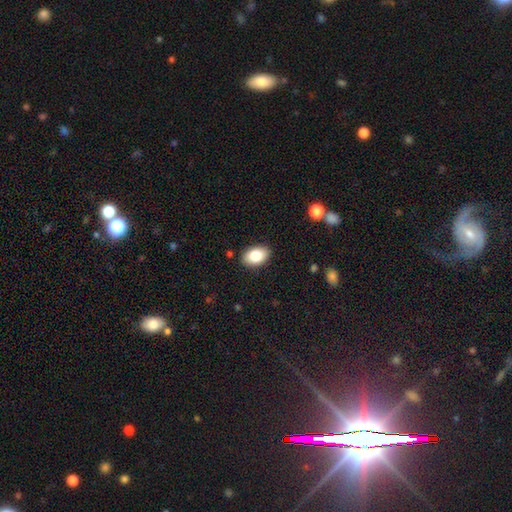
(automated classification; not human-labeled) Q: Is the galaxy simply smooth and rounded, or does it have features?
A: smooth — 84%.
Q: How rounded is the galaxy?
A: in between — 89%.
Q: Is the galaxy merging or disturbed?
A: none — 88%.